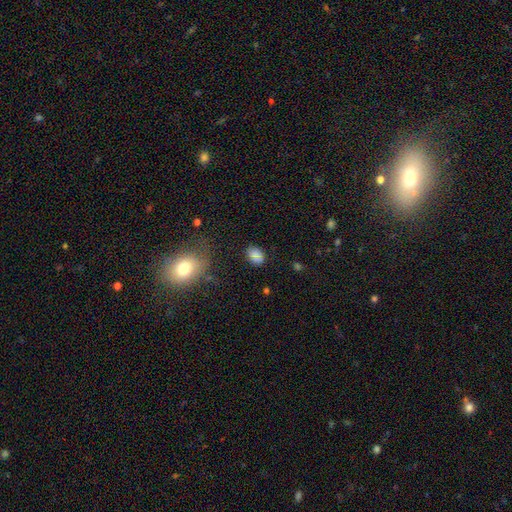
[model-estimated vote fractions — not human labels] Morphology: type=smooth (68%); roundness=in between (65%); merging=none (73%).